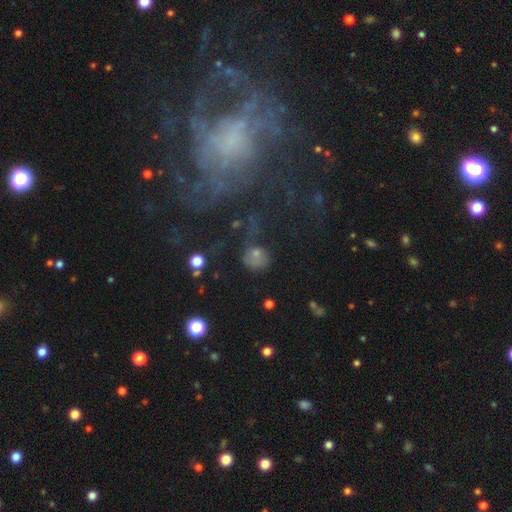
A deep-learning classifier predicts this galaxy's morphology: smooth_or_featured: smooth (p=0.60) [alt: star or artifact p=0.24]
how_rounded: round (p=0.83) [alt: in between p=0.15]
merging: none (p=0.53) [alt: minor disturbance p=0.20]